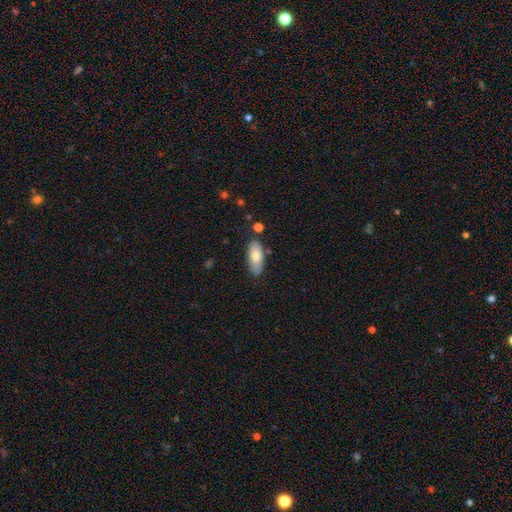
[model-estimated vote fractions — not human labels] Morphology: type=smooth (74%); roundness=in between (88%); merging=none (80%).